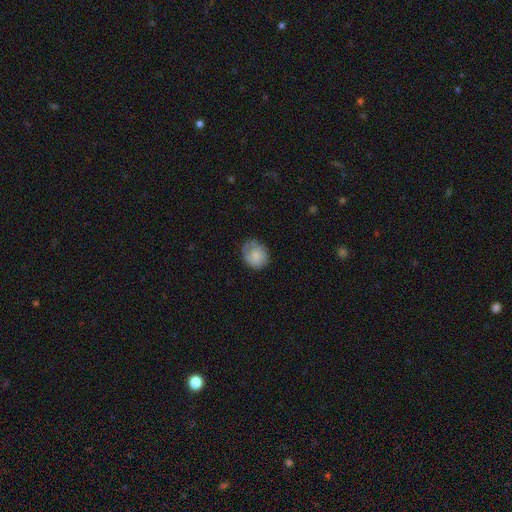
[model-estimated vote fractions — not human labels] The model was most divided on "merging": none: 59%, minor disturbance: 28%, major disturbance: 12%, merger: 2%. More confident: smooth or featured — smooth (73%); how rounded — round (71%).